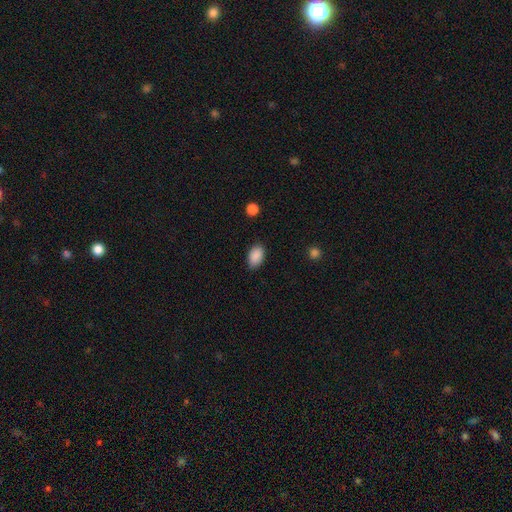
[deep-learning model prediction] smooth_or_featured: smooth (p=0.90) [alt: star or artifact p=0.07]
how_rounded: in between (p=0.90) [alt: round p=0.08]
merging: none (p=0.85) [alt: minor disturbance p=0.12]